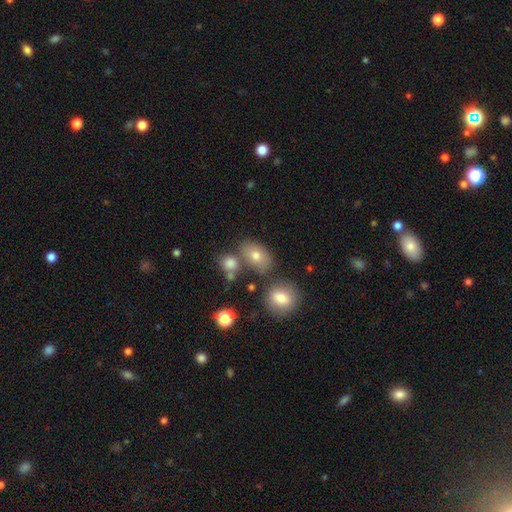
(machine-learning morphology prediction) type=smooth (49%); merging=none (59%).